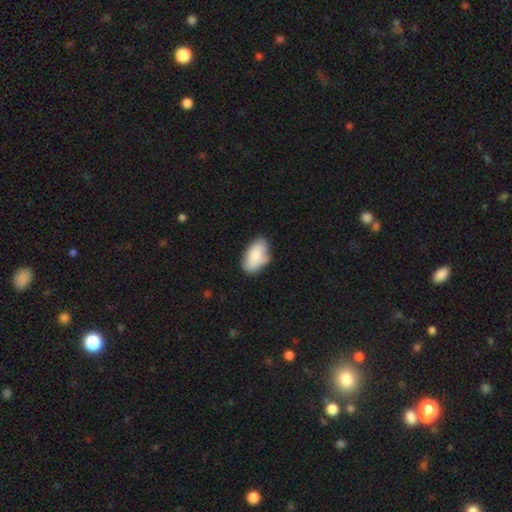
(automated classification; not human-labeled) Smooth or featured: smooth — 82% (featured or disk — 11%)
How rounded: in between — 93% (round — 5%)
Merging: none — 69% (minor disturbance — 24%)